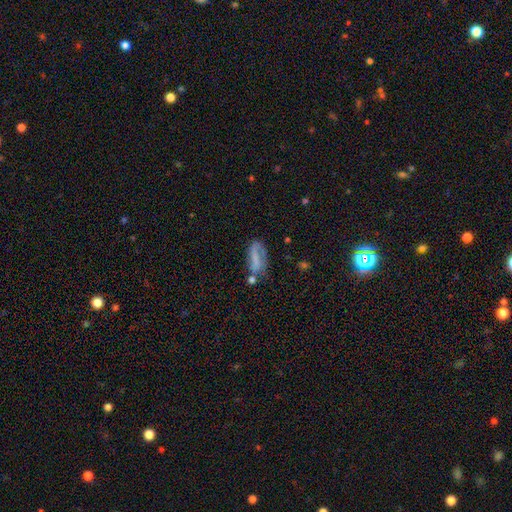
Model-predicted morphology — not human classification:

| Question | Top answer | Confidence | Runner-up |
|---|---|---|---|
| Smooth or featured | smooth | 48% | featured or disk (41%) |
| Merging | none | 43% | minor disturbance (27%) |